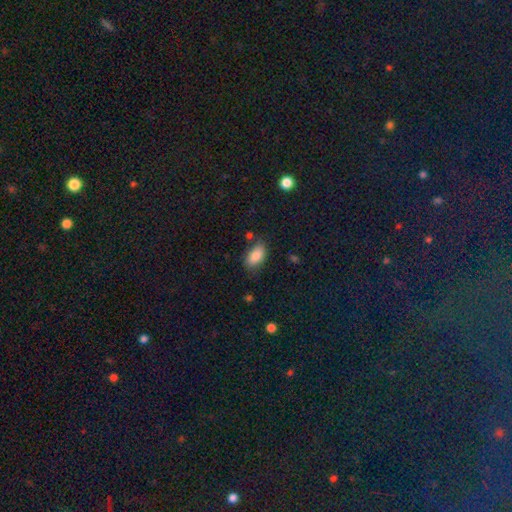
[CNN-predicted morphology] A smooth galaxy with no disk features (85%) that is in between round and cigar-shaped (92%).

Vote fractions:
- Smooth or featured? smooth: 85% / star or artifact: 8% / featured or disk: 7%
- How rounded? in between: 92% / cigar-shaped: 4% / round: 4%
- Merging? none: 75% / minor disturbance: 17% / merger: 4% / major disturbance: 4%